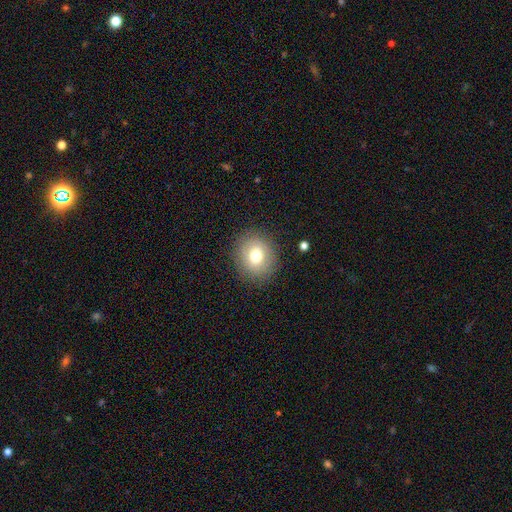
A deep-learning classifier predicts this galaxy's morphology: Q: Smooth or featured?
A: smooth (73%); runner-up: featured or disk (16%)
Q: How rounded?
A: round (77%); runner-up: in between (22%)
Q: Merging?
A: none (87%); runner-up: minor disturbance (9%)